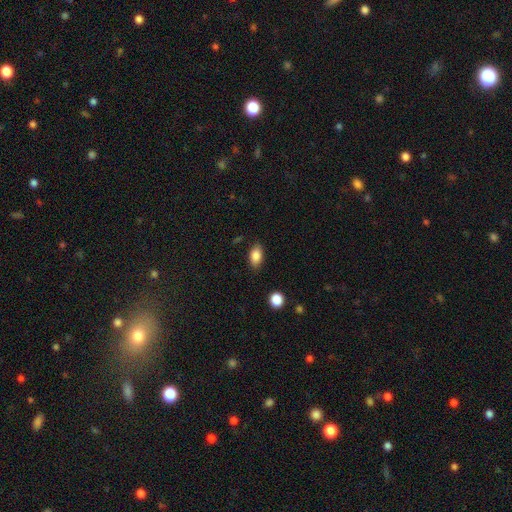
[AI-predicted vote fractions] A smooth galaxy with no disk features (85%) that is in between round and cigar-shaped (89%). Merging: none (84%).